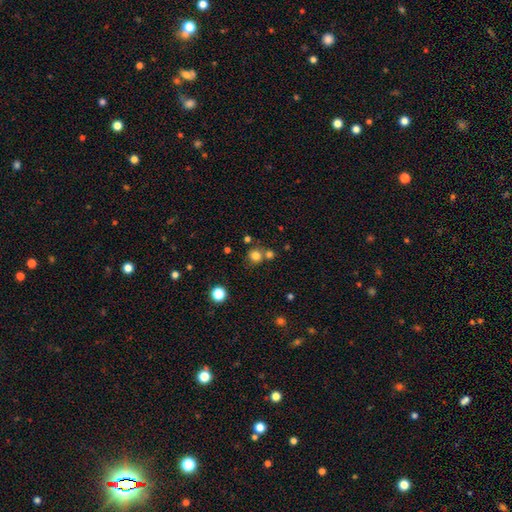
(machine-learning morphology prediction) Overall: smooth (79%). How rounded: round (88%). Merging: none (65%).